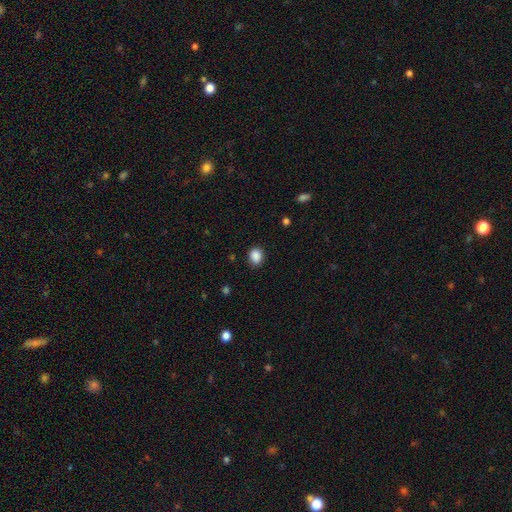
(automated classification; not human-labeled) Smooth or featured?
  - smooth: 88% *
  - star or artifact: 9%
  - featured or disk: 3%
How rounded?
  - round: 55% *
  - in between: 44%
  - cigar-shaped: 1%
Merging?
  - none: 82% *
  - minor disturbance: 13%
  - major disturbance: 3%
  - merger: 1%